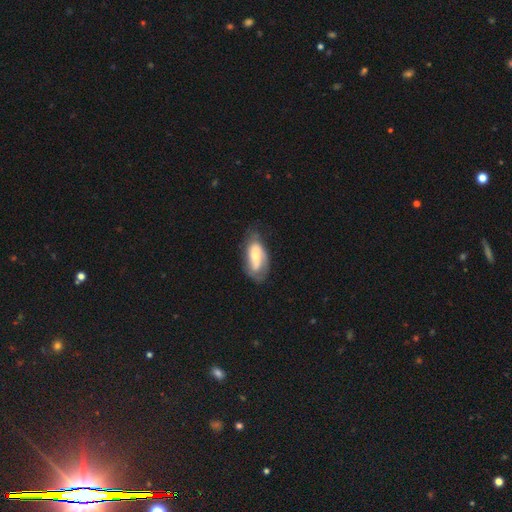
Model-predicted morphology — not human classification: Smooth or featured? Predicted: featured or disk (p=0.53). Edge-on disk? Predicted: no (p=0.92). Merging? Predicted: none (p=0.55).